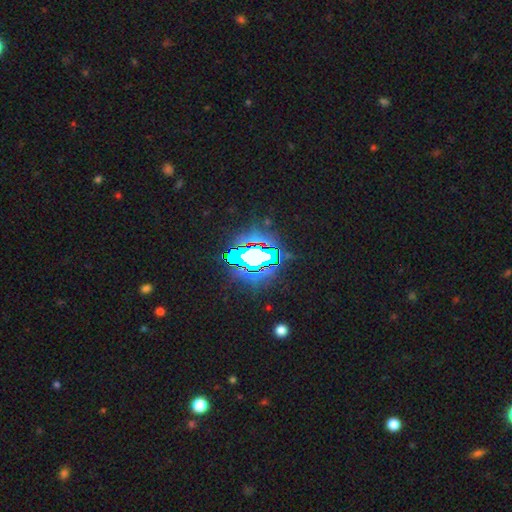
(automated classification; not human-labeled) smooth_or_featured: star or artifact (p=0.69) [alt: smooth p=0.17]